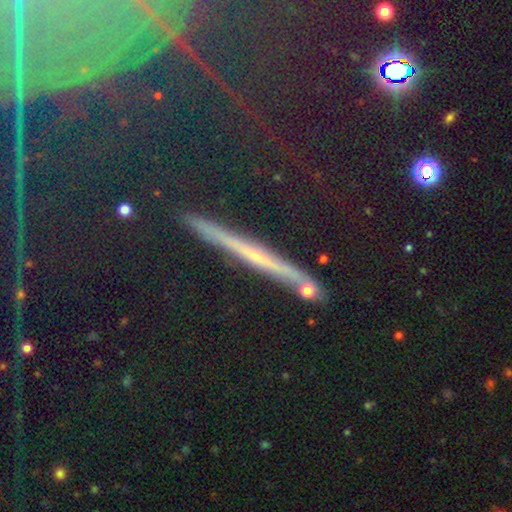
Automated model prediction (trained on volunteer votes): Smooth or featured? featured or disk (43%)
Merging? none (88%)